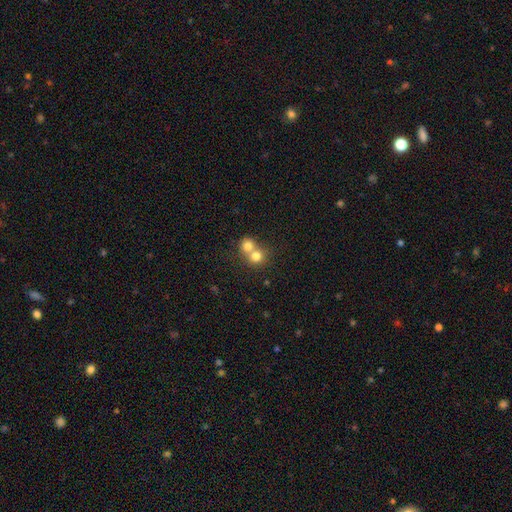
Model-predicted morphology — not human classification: This is likely a smooth galaxy (76%). How rounded: clearly round (84%). Merging: likely merger (63%).